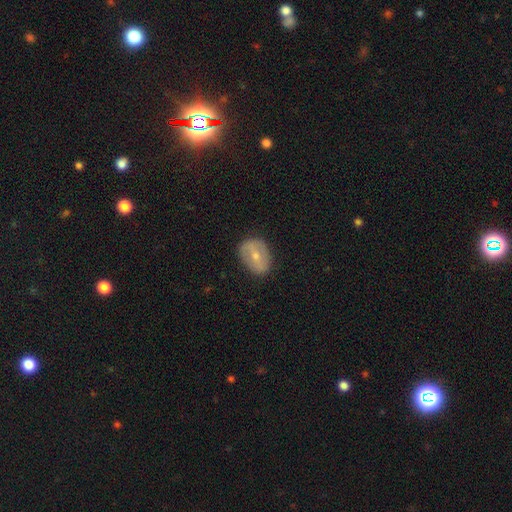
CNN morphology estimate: Smooth or featured: smooth — 48% (featured or disk — 44%)
Merging: none — 80% (minor disturbance — 15%)